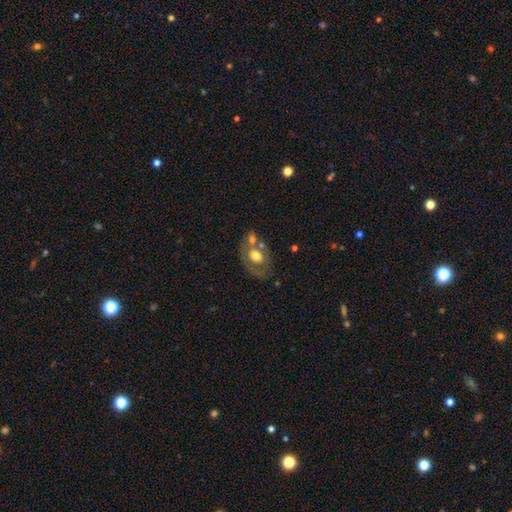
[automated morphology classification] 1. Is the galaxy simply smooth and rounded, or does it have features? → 48% smooth, 44% featured or disk, 8% star or artifact.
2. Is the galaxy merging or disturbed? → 41% none, 34% merger, 16% minor disturbance, 9% major disturbance.